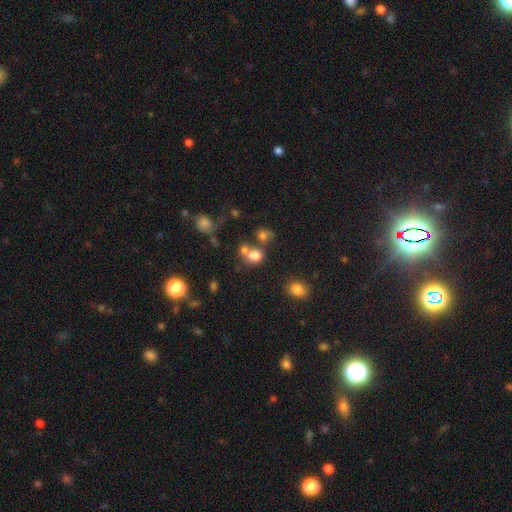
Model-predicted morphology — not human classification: This is likely a smooth galaxy (71%). How rounded: possibly round (56%). Merging: possibly merger (45%).